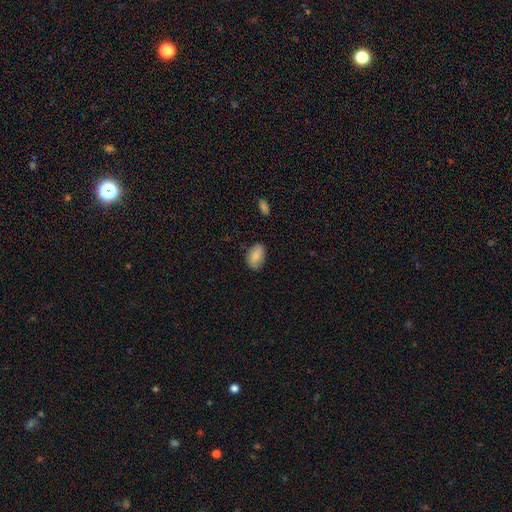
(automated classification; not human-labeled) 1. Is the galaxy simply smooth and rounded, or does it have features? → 82% smooth, 11% featured or disk, 7% star or artifact.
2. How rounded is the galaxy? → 86% in between, 12% round, 1% cigar-shaped.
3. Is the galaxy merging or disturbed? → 78% none, 17% minor disturbance, 3% major disturbance, 1% merger.